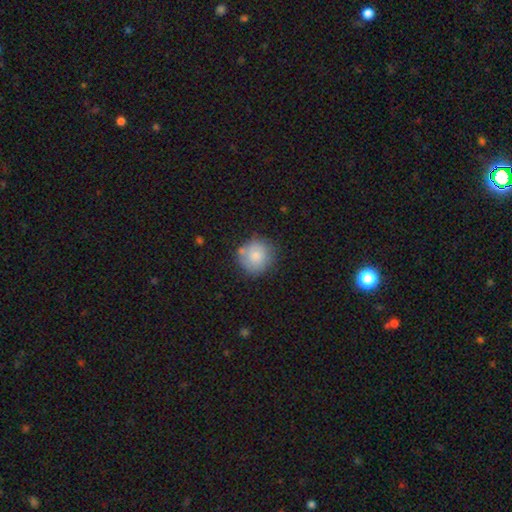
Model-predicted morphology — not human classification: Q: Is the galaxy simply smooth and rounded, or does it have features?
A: smooth — 82%.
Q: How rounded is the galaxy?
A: round — 91%.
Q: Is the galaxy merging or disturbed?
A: none — 74%.